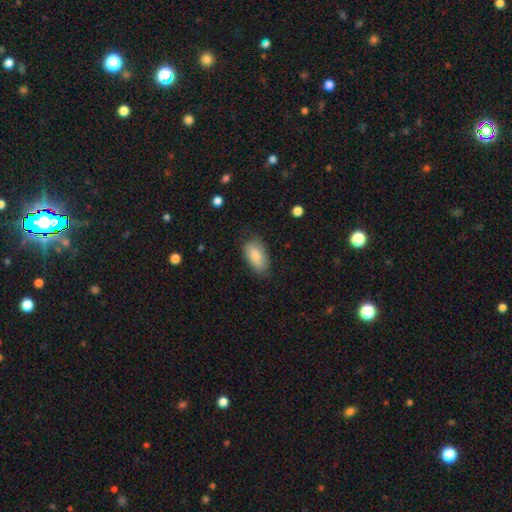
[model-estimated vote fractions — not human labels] smooth-or-featured: smooth: 81% | featured or disk: 12% | star or artifact: 6%
  how-rounded: in between: 93% | round: 4% | cigar-shaped: 3%
  merging: none: 73% | minor disturbance: 21% | major disturbance: 5% | merger: 1%